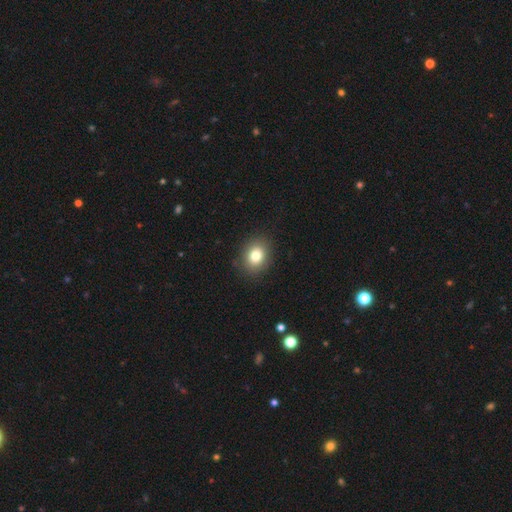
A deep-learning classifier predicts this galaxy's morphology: type=smooth (80%); roundness=round (55%); merging=none (87%).